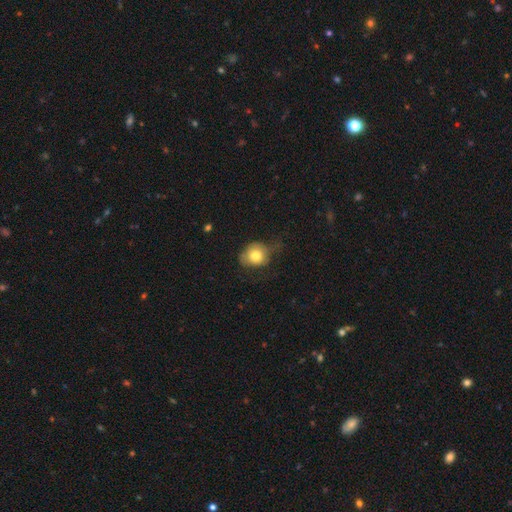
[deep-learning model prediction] A smooth galaxy with no disk features (75%) that is round (66%).

Vote fractions:
- Smooth or featured? smooth: 75% / featured or disk: 16% / star or artifact: 9%
- How rounded? round: 66% / in between: 33% / cigar-shaped: 1%
- Merging? none: 43% / minor disturbance: 35% / major disturbance: 20% / merger: 2%